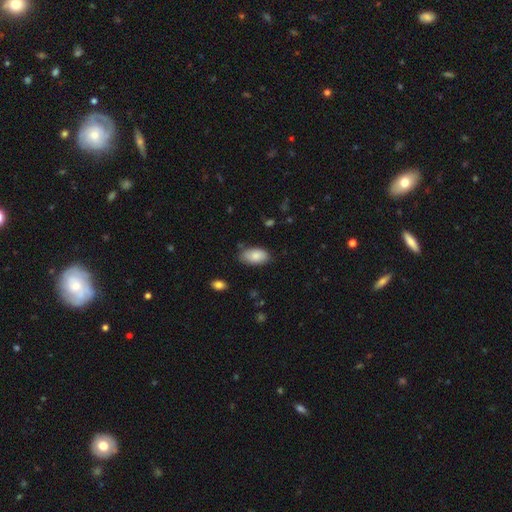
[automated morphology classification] The model was most divided on "merging": none: 76%, minor disturbance: 19%, major disturbance: 3%, merger: 2%. More confident: how rounded — in between (95%); smooth or featured — smooth (86%).